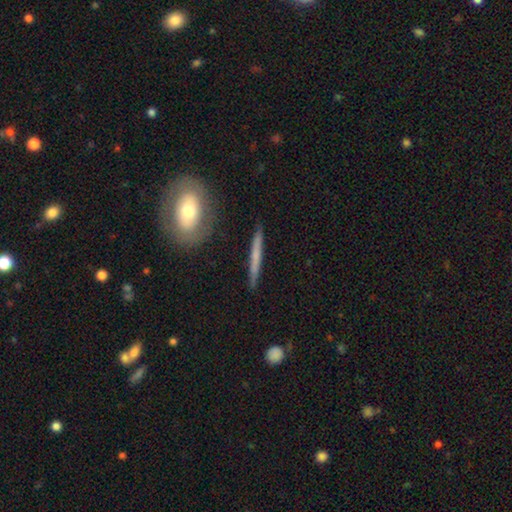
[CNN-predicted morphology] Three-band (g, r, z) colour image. It shows a smooth galaxy with no disk features (48%). Merging: none (89%).